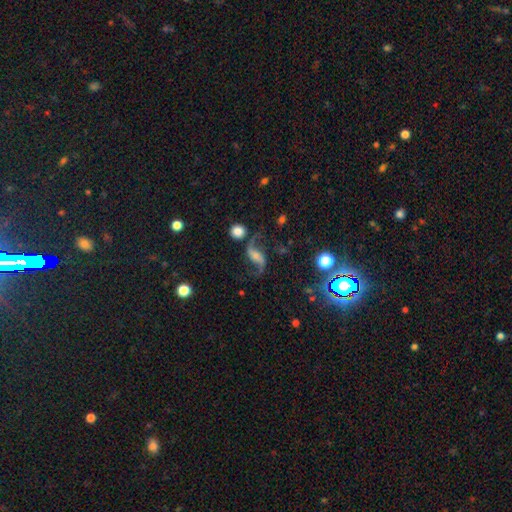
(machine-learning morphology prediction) smooth-or-featured: featured or disk: 81% | star or artifact: 11% | smooth: 8%
  disk-edge-on: no: 96% | yes: 4%
    bar: weak: 37% | no: 35% | strong: 27%
    has-spiral-arms: yes: 96% | no: 4%
      spiral-winding: loose: 86% | medium: 11% | tight: 3%
      spiral-arm-count: 2: 93% | 1: 2% | can't tell: 2% | 3: 1% | 4: 1% | more than 4: 1%
    bulge-size: small: 40% | moderate: 34% | none: 15% | large: 8% | dominant: 3%
  merging: none: 74% | minor disturbance: 13% | major disturbance: 9% | merger: 4%